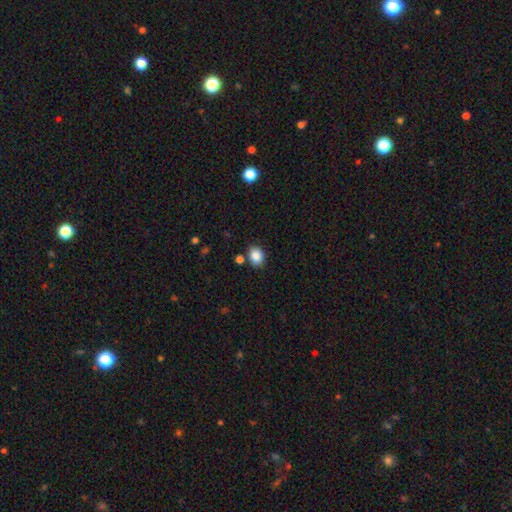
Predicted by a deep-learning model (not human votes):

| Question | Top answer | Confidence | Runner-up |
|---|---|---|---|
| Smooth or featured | smooth | 87% | star or artifact (9%) |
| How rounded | in between | 60% | round (39%) |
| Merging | none | 81% | minor disturbance (10%) |